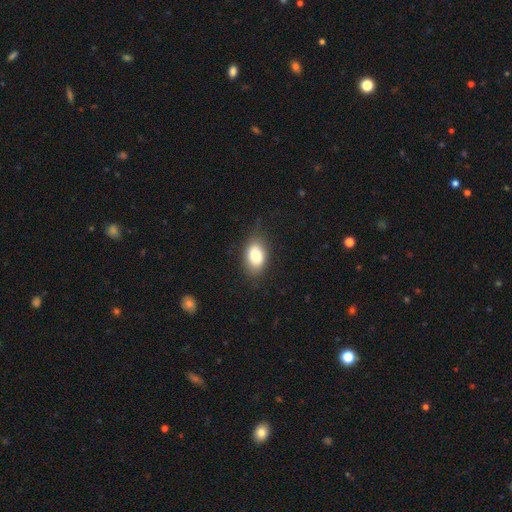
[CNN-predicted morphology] smooth 80%, featured or disk 12%, star or artifact 8%. Down the decision tree: how rounded — in between (84%); merging — none (76%).